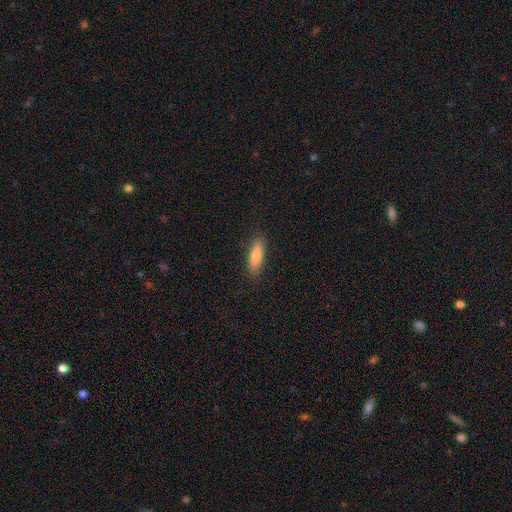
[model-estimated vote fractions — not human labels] Q: Smooth or featured?
A: smooth (76%); runner-up: featured or disk (17%)
Q: How rounded?
A: cigar-shaped (66%); runner-up: in between (33%)
Q: Merging?
A: none (87%); runner-up: minor disturbance (10%)